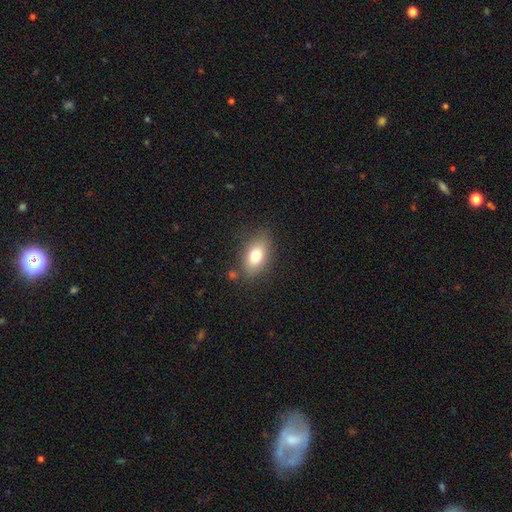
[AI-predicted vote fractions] A smooth galaxy with no disk features (76%) that is in between round and cigar-shaped (86%). Merging: none (79%).